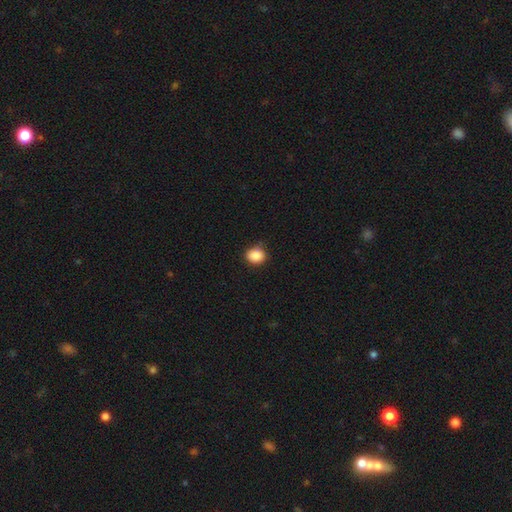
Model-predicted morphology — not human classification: This is clearly a smooth galaxy (87%). How rounded: likely round (66%). Merging: clearly none (82%).